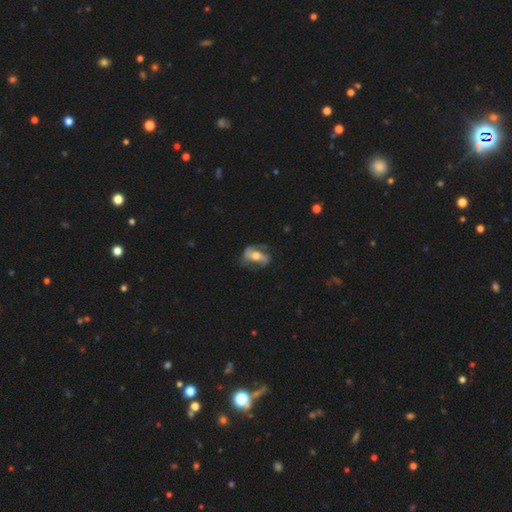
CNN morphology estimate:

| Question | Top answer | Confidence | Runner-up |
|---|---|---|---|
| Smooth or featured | featured or disk | 74% | smooth (20%) |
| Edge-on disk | no | 94% | yes (6%) |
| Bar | no | 38% | weak (33%) |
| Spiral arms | yes | 89% | no (11%) |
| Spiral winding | medium | 42% | loose (40%) |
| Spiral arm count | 2 | 83% | can't tell (6%) |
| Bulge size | moderate | 66% | small (18%) |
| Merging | none | 60% | minor disturbance (22%) |